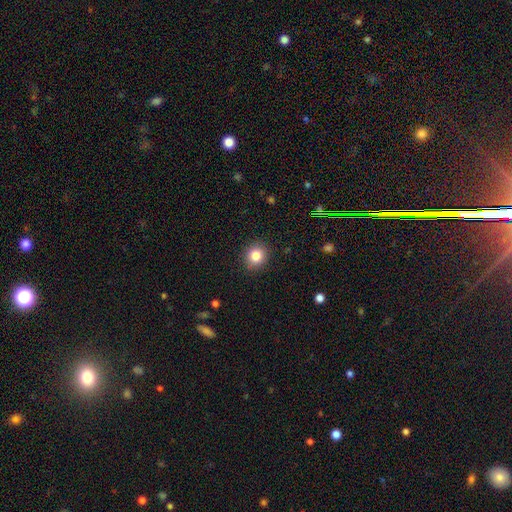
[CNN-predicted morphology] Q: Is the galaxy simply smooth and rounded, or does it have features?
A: smooth — 83%.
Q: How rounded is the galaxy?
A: round — 77%.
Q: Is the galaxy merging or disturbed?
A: none — 90%.